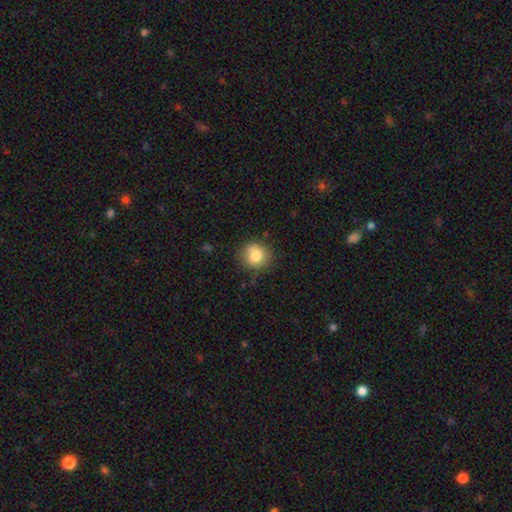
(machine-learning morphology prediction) Smooth or featured? smooth (82%)
How rounded? round (86%)
Merging? none (78%)